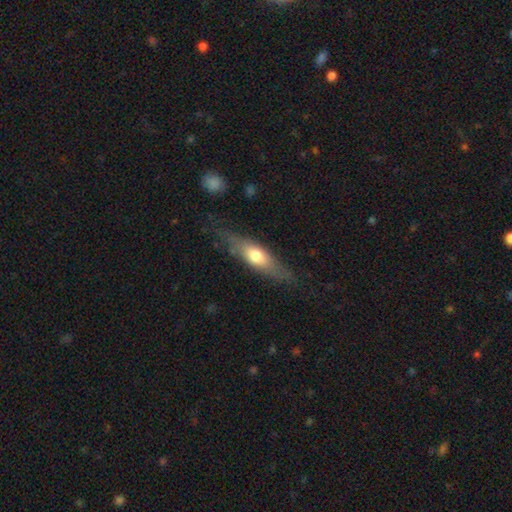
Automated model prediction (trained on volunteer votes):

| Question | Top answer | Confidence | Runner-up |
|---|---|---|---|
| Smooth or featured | smooth | 54% | featured or disk (40%) |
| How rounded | cigar-shaped | 53% | in between (44%) |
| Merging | none | 73% | minor disturbance (18%) |